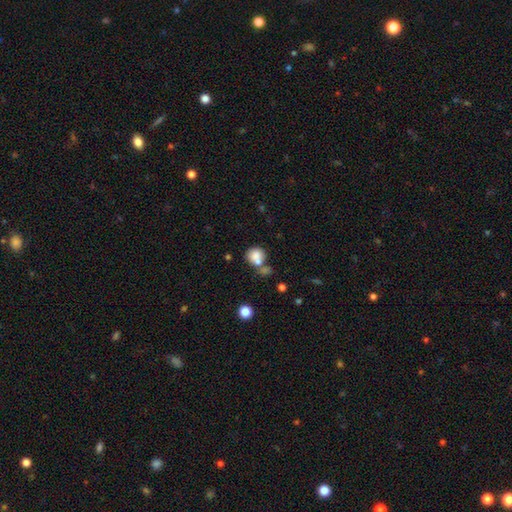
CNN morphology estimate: Overall: smooth (78%). How rounded: round (71%). Merging: merger (44%; none 37%).